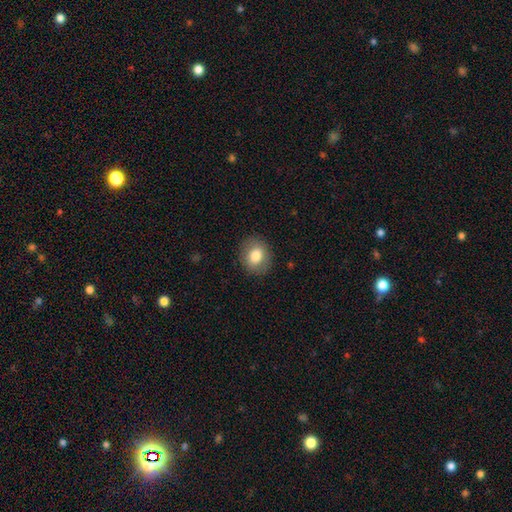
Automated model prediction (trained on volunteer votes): Q: Smooth or featured?
A: smooth (79%); runner-up: featured or disk (12%)
Q: How rounded?
A: round (60%); runner-up: in between (39%)
Q: Merging?
A: none (87%); runner-up: minor disturbance (9%)